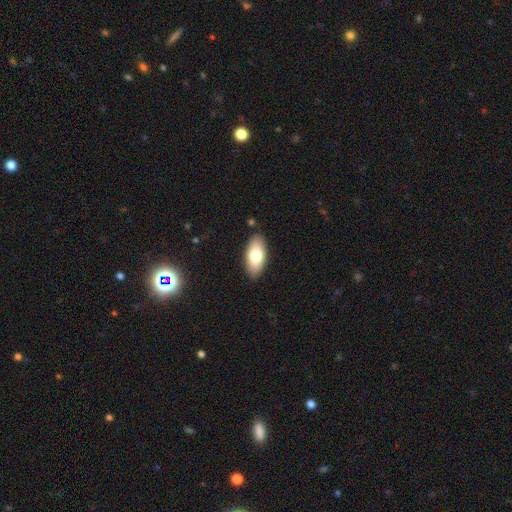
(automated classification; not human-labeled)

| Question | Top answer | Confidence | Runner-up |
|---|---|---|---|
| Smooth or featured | smooth | 75% | featured or disk (19%) |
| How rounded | in between | 91% | cigar-shaped (6%) |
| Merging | none | 87% | minor disturbance (9%) |